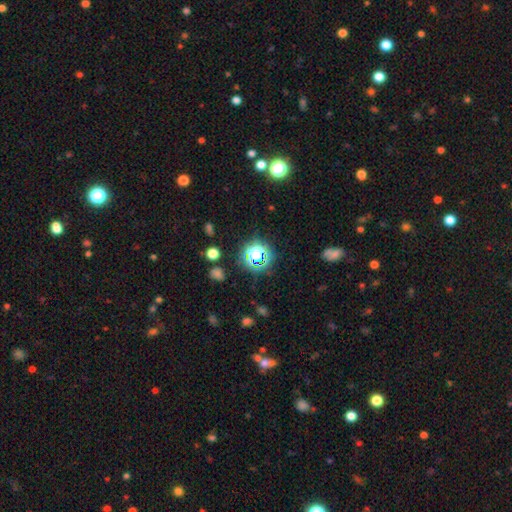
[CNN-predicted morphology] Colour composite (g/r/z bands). It shows a star or artifact, not a galaxy (60%).